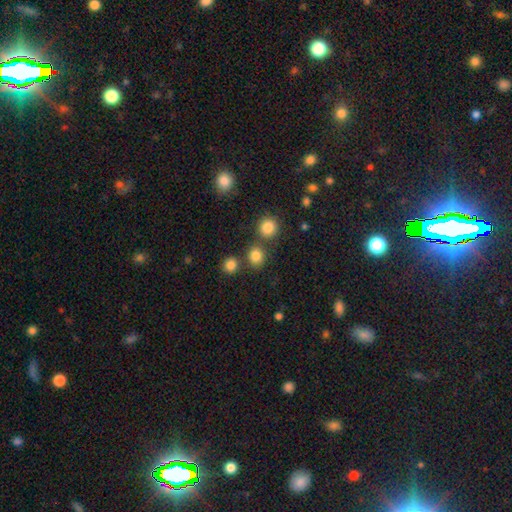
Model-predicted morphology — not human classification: smooth_or_featured: smooth (p=0.81) [alt: star or artifact p=0.14]
how_rounded: round (p=0.81) [alt: in between p=0.18]
merging: none (p=0.76) [alt: merger p=0.13]